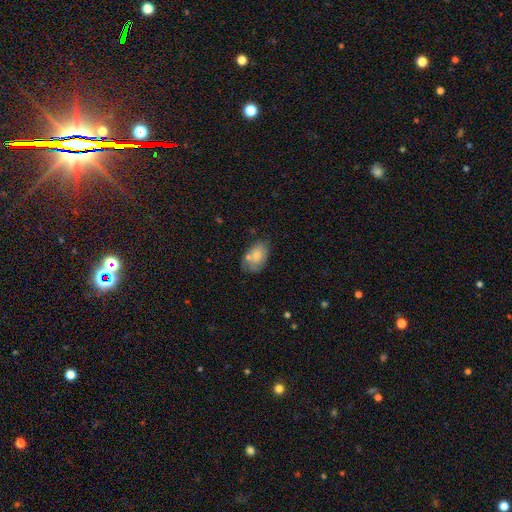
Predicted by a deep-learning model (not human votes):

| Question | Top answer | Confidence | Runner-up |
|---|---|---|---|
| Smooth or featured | smooth | 75% | featured or disk (18%) |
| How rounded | in between | 89% | round (10%) |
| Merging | none | 54% | minor disturbance (23%) |